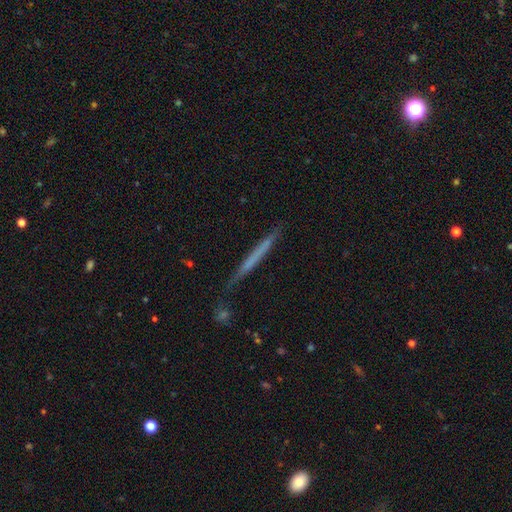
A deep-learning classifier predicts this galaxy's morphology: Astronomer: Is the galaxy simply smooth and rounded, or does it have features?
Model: featured or disk — 47% (runner-up: smooth, 46%).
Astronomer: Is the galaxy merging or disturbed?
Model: none — 84%.